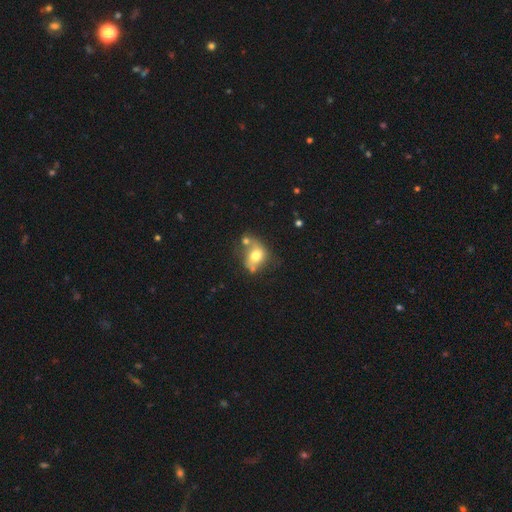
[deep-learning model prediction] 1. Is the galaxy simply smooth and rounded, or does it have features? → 64% smooth, 26% featured or disk, 10% star or artifact.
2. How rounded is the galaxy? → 58% in between, 40% round, 2% cigar-shaped.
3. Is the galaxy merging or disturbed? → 38% none, 31% merger, 21% minor disturbance, 10% major disturbance.